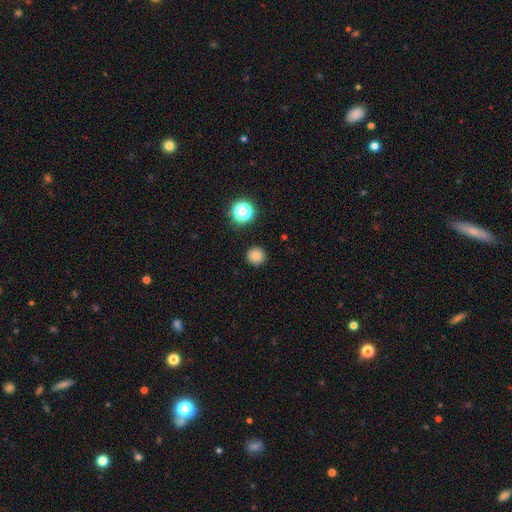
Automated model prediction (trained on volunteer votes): smooth_or_featured: smooth (p=0.81) [alt: star or artifact p=0.14]
how_rounded: round (p=0.94) [alt: in between p=0.05]
merging: none (p=0.91) [alt: minor disturbance p=0.06]